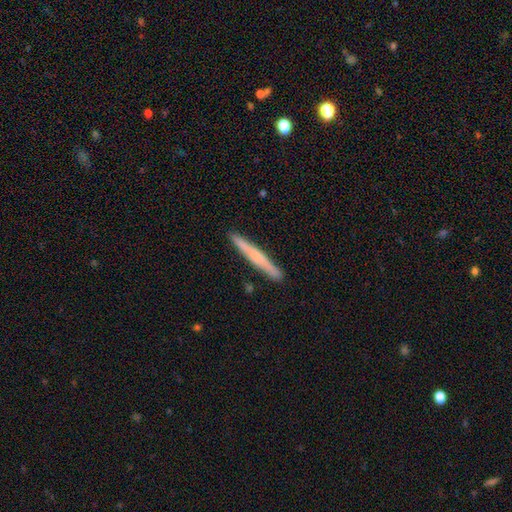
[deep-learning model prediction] Smooth or featured: smooth — 52% (featured or disk — 43%)
How rounded: cigar-shaped — 96% (in between — 2%)
Merging: none — 91% (minor disturbance — 7%)